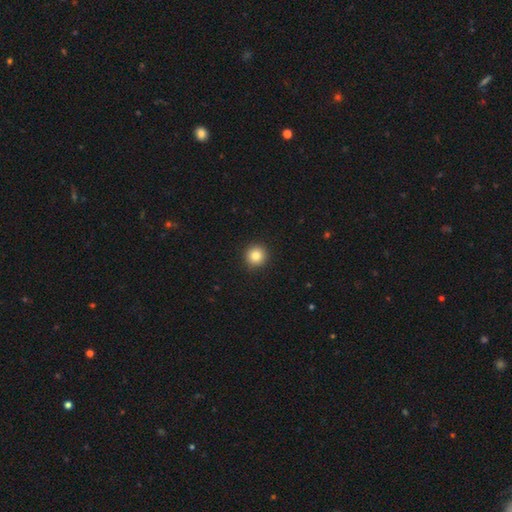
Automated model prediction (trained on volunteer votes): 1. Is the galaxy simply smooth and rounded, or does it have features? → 84% smooth, 10% star or artifact, 6% featured or disk.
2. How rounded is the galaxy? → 94% round, 5% in between, 1% cigar-shaped.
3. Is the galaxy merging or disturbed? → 93% none, 5% minor disturbance, 2% major disturbance, 1% merger.